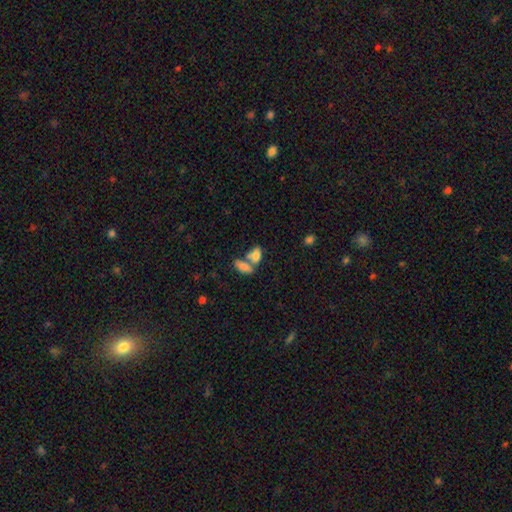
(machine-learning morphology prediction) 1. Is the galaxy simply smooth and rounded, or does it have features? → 78% smooth, 13% featured or disk, 9% star or artifact.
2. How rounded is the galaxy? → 87% in between, 7% round, 6% cigar-shaped.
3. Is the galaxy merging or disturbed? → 57% merger, 29% none, 9% minor disturbance, 5% major disturbance.